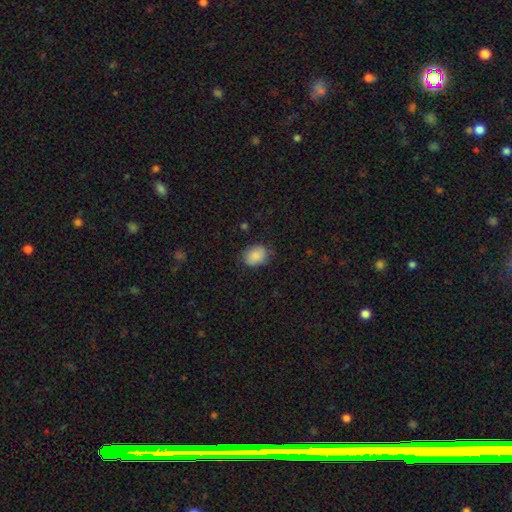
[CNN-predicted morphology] Q: Smooth or featured?
A: smooth (86%); runner-up: star or artifact (7%)
Q: How rounded?
A: in between (66%); runner-up: round (34%)
Q: Merging?
A: none (74%); runner-up: minor disturbance (20%)